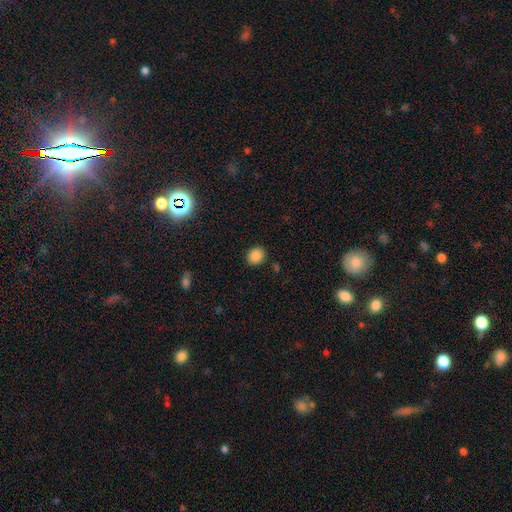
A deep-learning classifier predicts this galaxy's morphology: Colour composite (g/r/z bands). It shows a smooth galaxy with no disk features (86%) that is round (68%). Merging: none (88%).